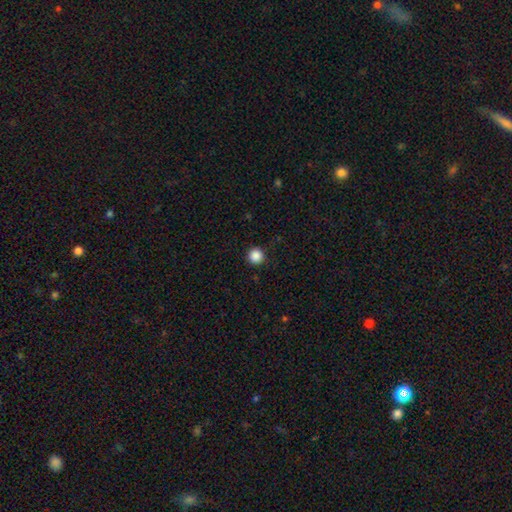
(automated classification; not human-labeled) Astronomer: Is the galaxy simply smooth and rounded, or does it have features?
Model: smooth — 87%.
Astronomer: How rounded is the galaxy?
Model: round — 96%.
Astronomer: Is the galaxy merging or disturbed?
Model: none — 92%.